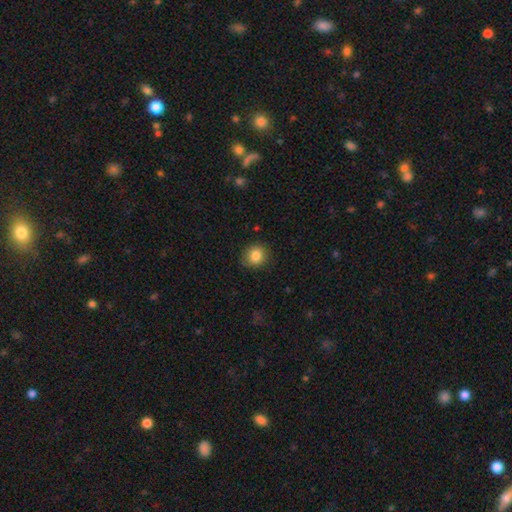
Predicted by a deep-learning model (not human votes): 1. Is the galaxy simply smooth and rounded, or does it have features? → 84% smooth, 10% star or artifact, 6% featured or disk.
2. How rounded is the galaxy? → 79% round, 20% in between, 1% cigar-shaped.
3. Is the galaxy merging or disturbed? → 84% none, 12% minor disturbance, 3% major disturbance, 1% merger.